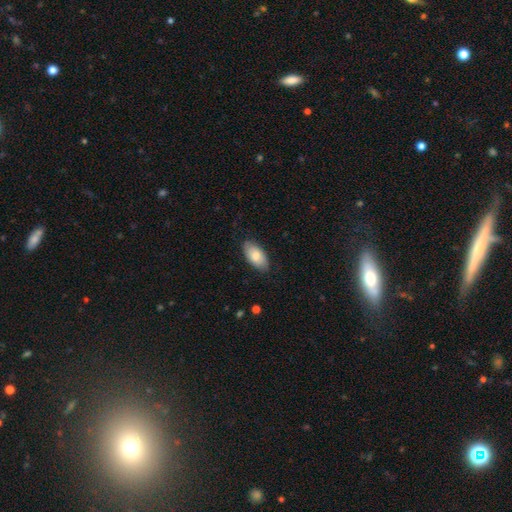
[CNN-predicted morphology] smooth 78%, featured or disk 16%, star or artifact 6%. Down the decision tree: how rounded — in between (94%); merging — none (82%).